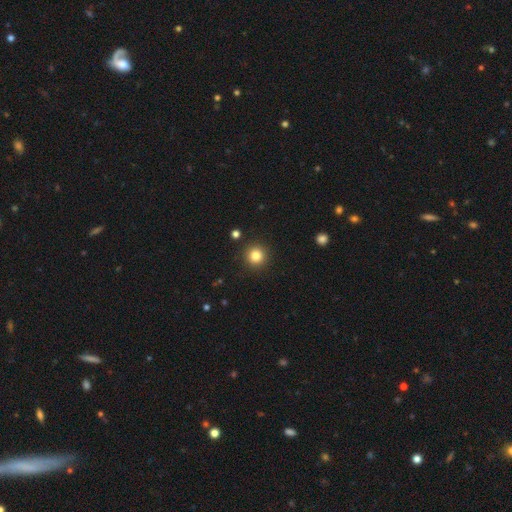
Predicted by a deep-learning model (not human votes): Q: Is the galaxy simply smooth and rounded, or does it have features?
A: smooth — 83%.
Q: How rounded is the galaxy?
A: round — 95%.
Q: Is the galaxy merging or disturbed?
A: none — 91%.